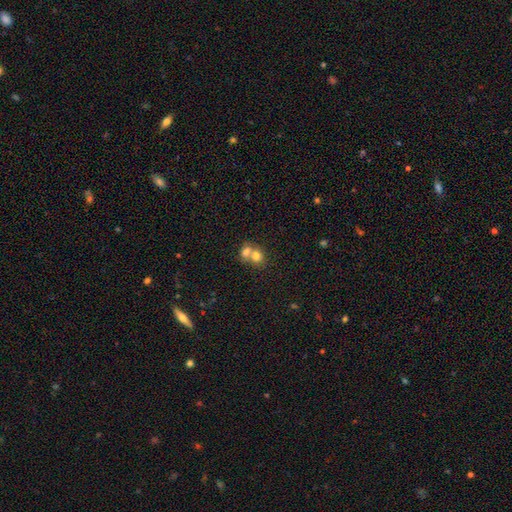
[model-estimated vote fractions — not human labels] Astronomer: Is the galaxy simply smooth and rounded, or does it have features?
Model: smooth — 74%.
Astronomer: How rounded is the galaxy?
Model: round — 64%.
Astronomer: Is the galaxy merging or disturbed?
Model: merger — 68%.